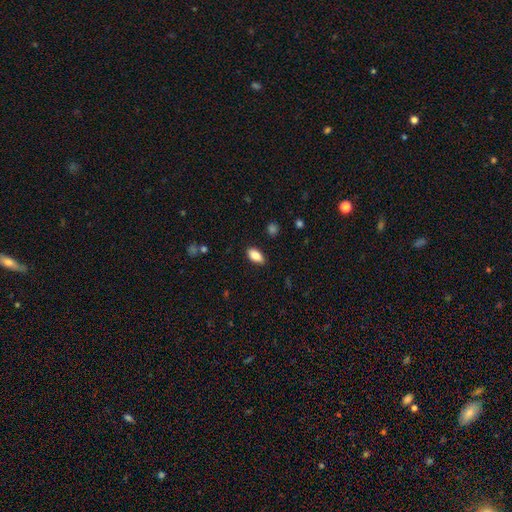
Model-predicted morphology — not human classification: Q: Smooth or featured?
A: smooth (84%); runner-up: featured or disk (9%)
Q: How rounded?
A: in between (91%); runner-up: cigar-shaped (5%)
Q: Merging?
A: none (86%); runner-up: minor disturbance (10%)